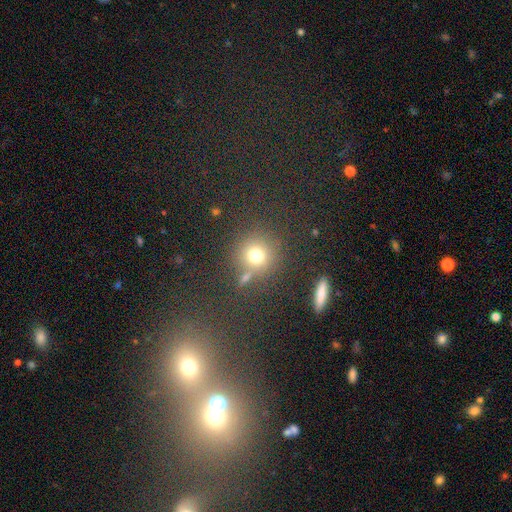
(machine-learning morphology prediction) type=smooth (72%); roundness=round (90%); merging=none (73%).